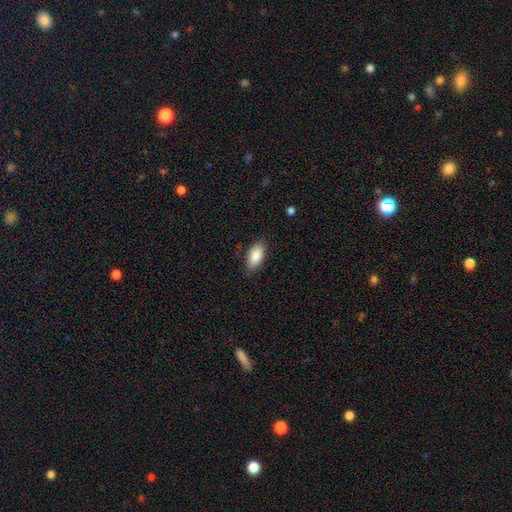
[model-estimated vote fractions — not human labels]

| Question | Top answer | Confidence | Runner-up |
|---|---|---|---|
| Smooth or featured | smooth | 87% | featured or disk (7%) |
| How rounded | in between | 92% | cigar-shaped (6%) |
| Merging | none | 83% | minor disturbance (14%) |